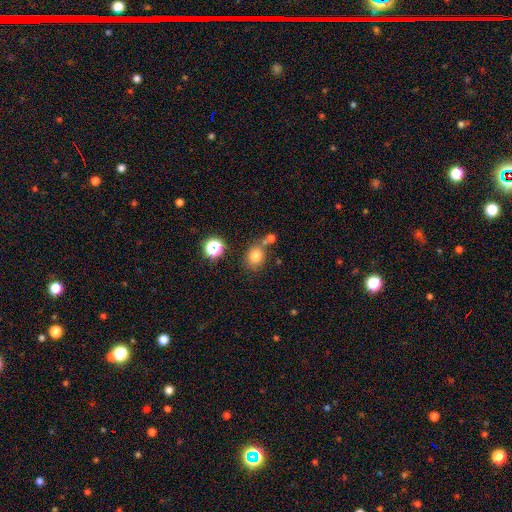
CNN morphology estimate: Smooth or featured? Predicted: smooth (p=0.77). How rounded? Predicted: round (p=0.60). Merging? Predicted: none (p=0.68).